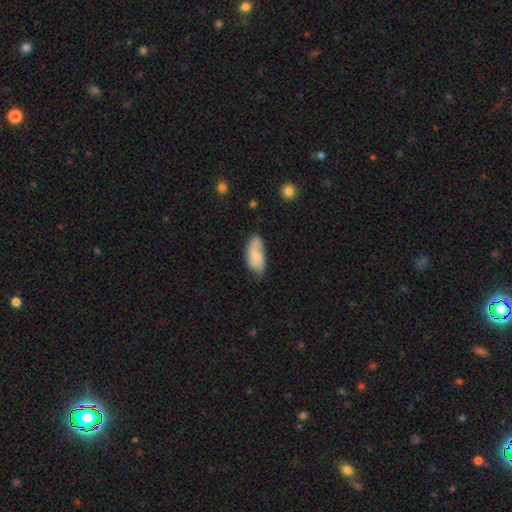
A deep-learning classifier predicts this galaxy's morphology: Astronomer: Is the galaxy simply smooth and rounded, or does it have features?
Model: smooth — 74%.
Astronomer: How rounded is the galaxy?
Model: in between — 88%.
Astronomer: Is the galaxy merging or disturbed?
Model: none — 54% (runner-up: minor disturbance, 35%).